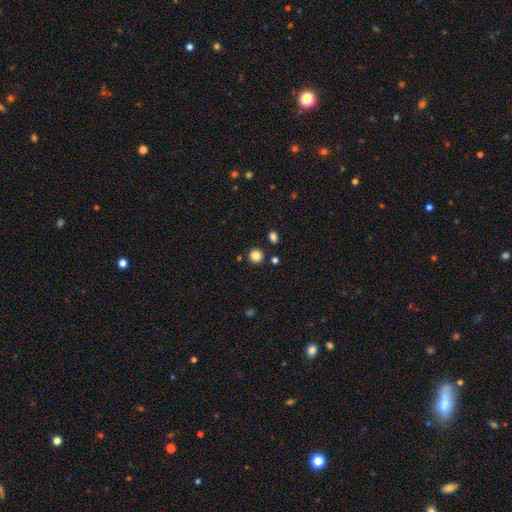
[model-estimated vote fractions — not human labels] A smooth galaxy with no disk features (84%) that is round (94%).

Vote fractions:
- Smooth or featured? smooth: 84% / star or artifact: 12% / featured or disk: 4%
- How rounded? round: 94% / in between: 6% / cigar-shaped: 1%
- Merging? none: 88% / minor disturbance: 6% / merger: 4% / major disturbance: 2%